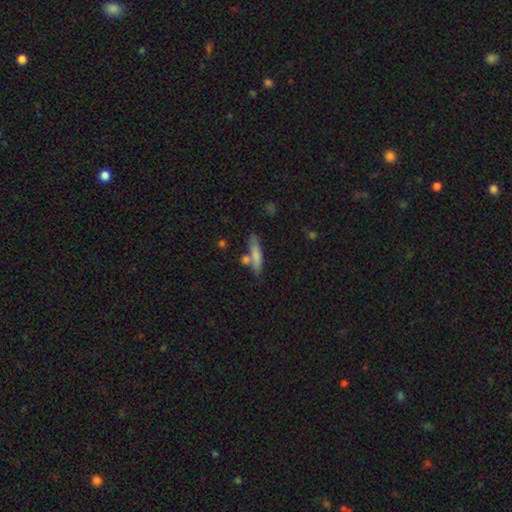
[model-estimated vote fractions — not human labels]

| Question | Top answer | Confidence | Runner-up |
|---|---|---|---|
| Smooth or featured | smooth | 74% | featured or disk (19%) |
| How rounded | cigar-shaped | 78% | in between (19%) |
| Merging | none | 66% | merger (15%) |